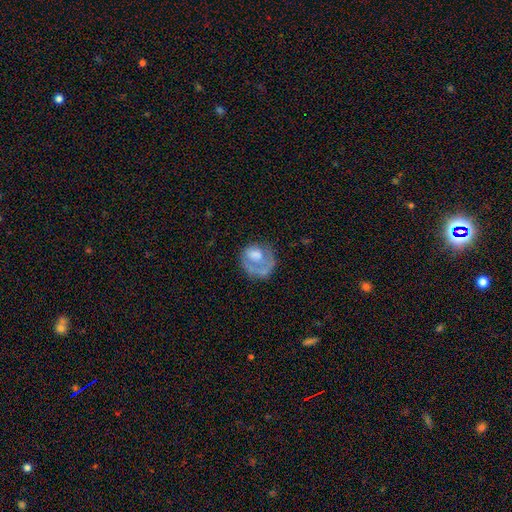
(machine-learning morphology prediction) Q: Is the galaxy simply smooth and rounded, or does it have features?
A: smooth — 49%.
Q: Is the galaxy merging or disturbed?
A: none — 45%.